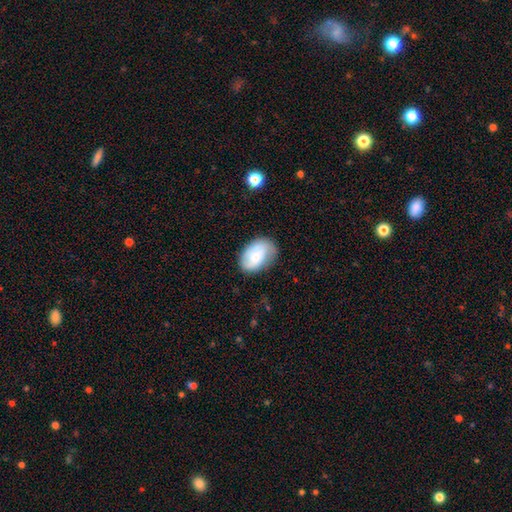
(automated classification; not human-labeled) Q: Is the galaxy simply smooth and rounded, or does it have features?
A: smooth — 66%.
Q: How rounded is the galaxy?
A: in between — 86%.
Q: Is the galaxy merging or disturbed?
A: none — 68%.